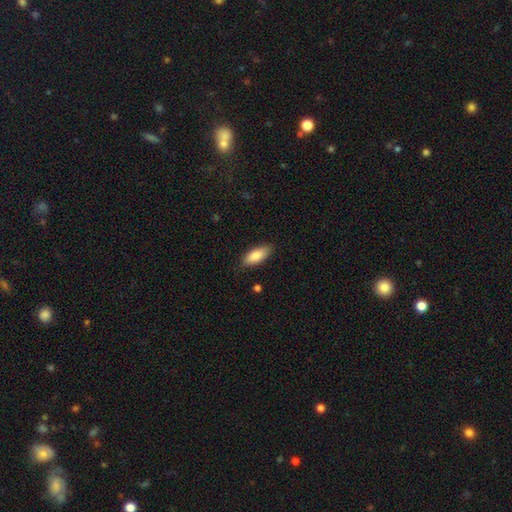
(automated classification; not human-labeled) Overall: smooth (86%). How rounded: in between (79%). Merging: none (85%).